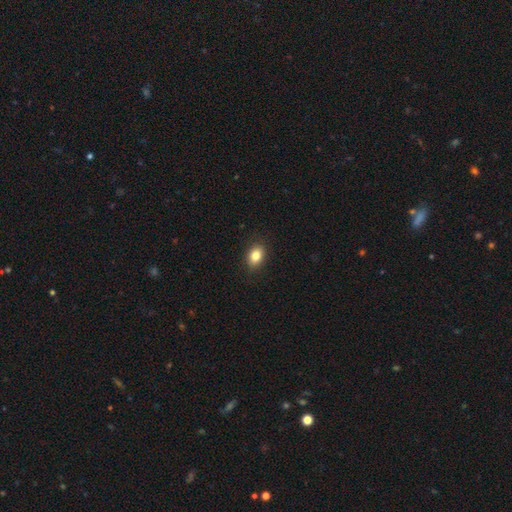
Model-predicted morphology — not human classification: Smooth or featured? smooth (84%)
How rounded? in between (75%)
Merging? none (89%)